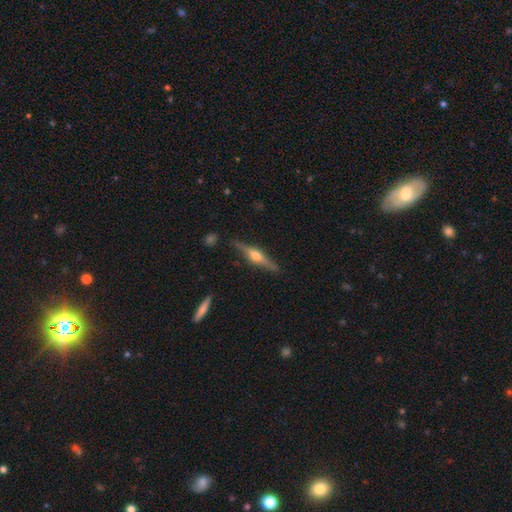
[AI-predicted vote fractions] Smooth or featured? Predicted: featured or disk (p=0.74). Edge-on disk? Predicted: yes (p=0.97). Edge-on bulge? Predicted: rounded (p=0.92). Merging? Predicted: none (p=0.87).